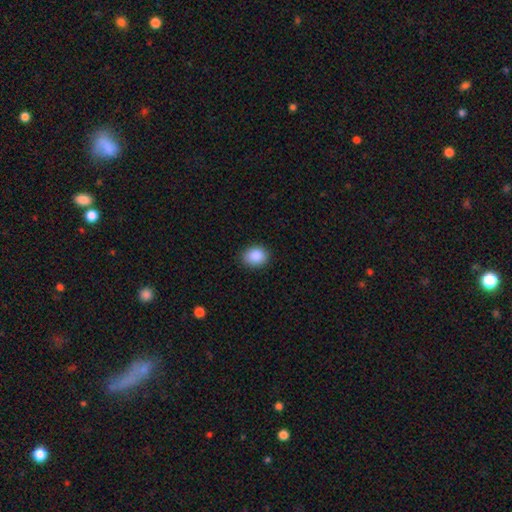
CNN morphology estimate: Q: Smooth or featured?
A: smooth (89%); runner-up: star or artifact (8%)
Q: How rounded?
A: round (54%); runner-up: in between (45%)
Q: Merging?
A: none (87%); runner-up: minor disturbance (10%)